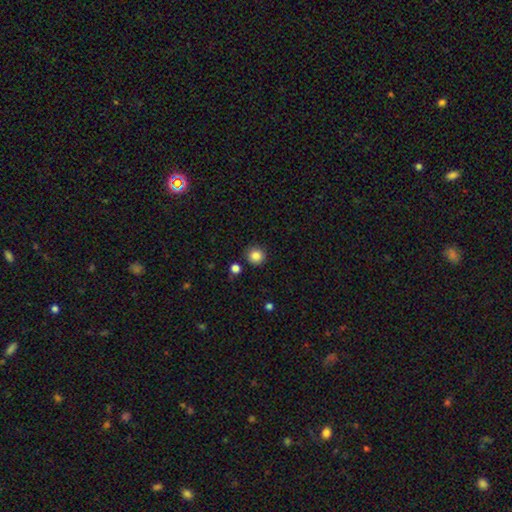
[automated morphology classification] Smooth or featured? Predicted: smooth (p=0.85). How rounded? Predicted: round (p=0.94). Merging? Predicted: none (p=0.88).